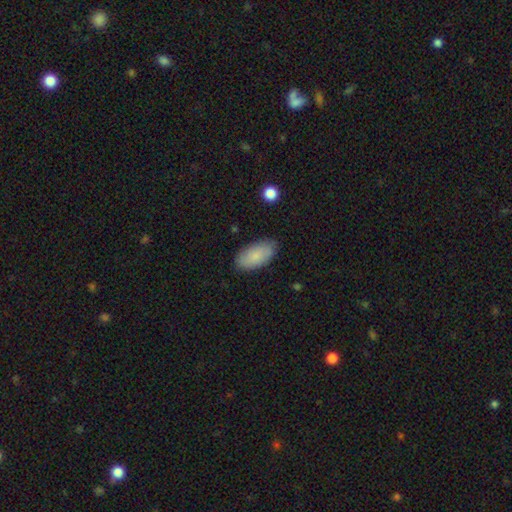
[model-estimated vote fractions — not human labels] Overall: smooth (83%). How rounded: in between (94%). Merging: none (83%).